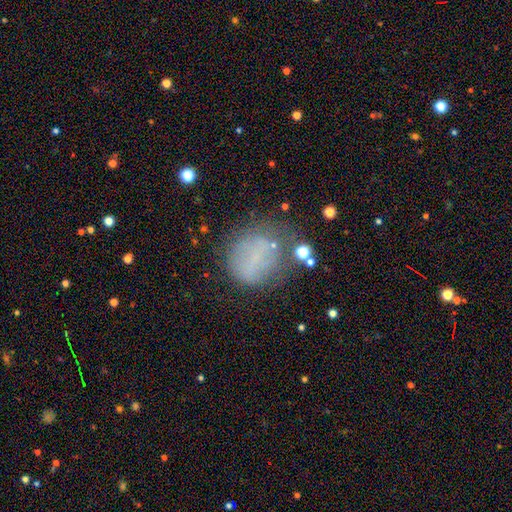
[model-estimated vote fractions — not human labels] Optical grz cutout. It shows a smooth galaxy with no disk features (56%) that is round (76%). Merging: none (58%).